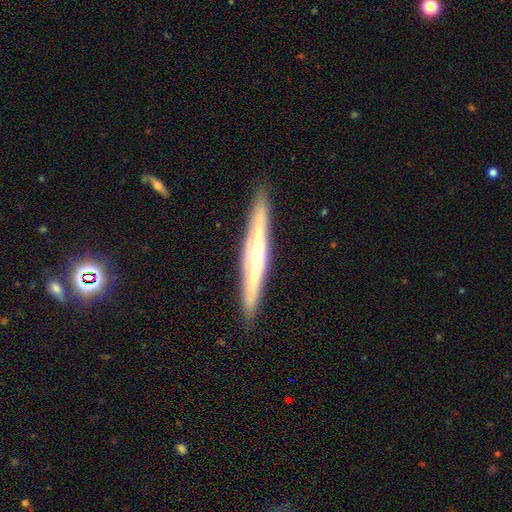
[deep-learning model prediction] Smooth or featured? featured or disk (73%)
Edge-on disk? yes (96%)
Edge-on bulge? rounded (81%)
Merging? none (90%)